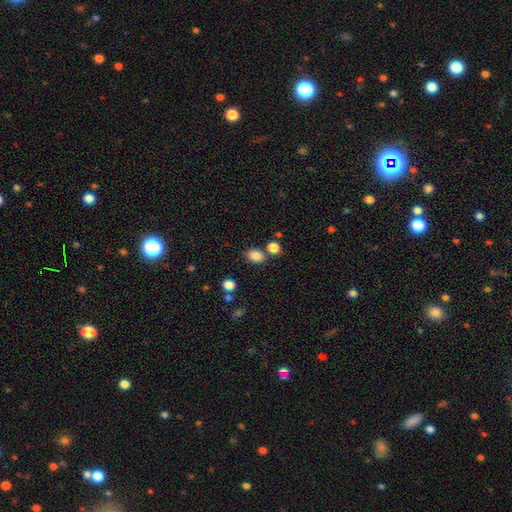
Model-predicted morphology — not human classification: smooth_or_featured: smooth (p=0.85) [alt: star or artifact p=0.10]
how_rounded: in between (p=0.72) [alt: round p=0.27]
merging: none (p=0.70) [alt: merger p=0.14]